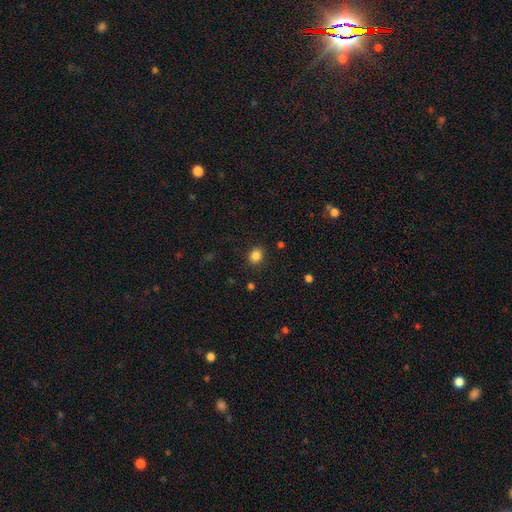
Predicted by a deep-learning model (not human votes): smooth_or_featured: smooth (p=0.85) [alt: star or artifact p=0.11]
how_rounded: round (p=0.62) [alt: in between p=0.37]
merging: none (p=0.87) [alt: minor disturbance p=0.09]